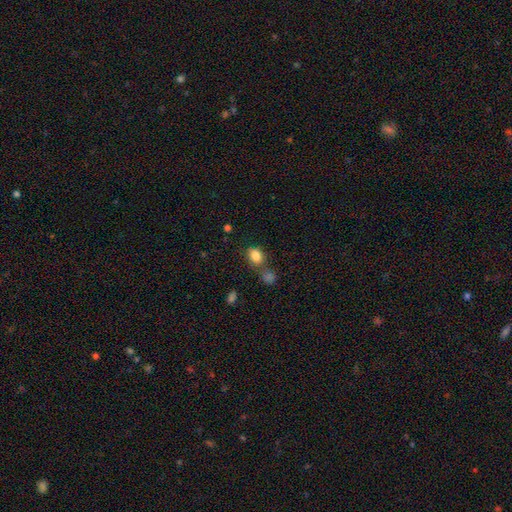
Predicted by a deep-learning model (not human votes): Smooth or featured: smooth — 83% (star or artifact — 11%)
How rounded: in between — 66% (round — 33%)
Merging: none — 58% (merger — 21%)